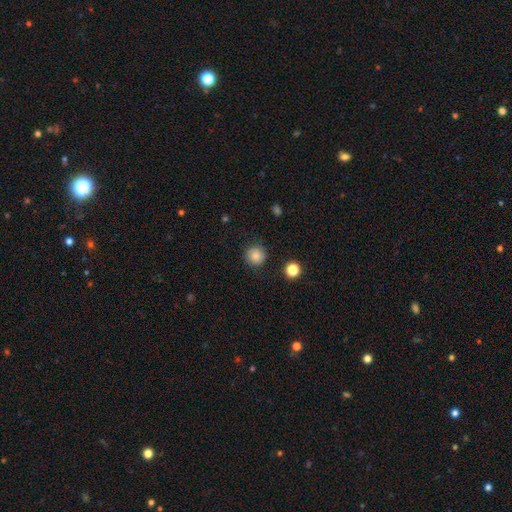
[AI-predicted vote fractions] Smooth or featured? Predicted: smooth (p=0.83). How rounded? Predicted: round (p=0.94). Merging? Predicted: none (p=0.87).